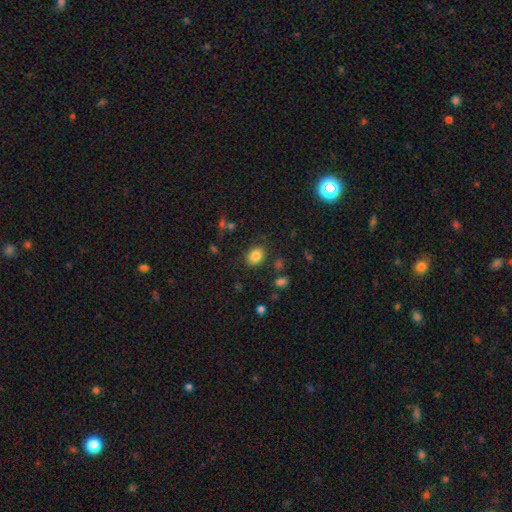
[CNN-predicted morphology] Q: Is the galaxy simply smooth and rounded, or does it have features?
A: smooth — 84%.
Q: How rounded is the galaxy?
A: in between — 61%.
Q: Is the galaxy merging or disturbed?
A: none — 81%.